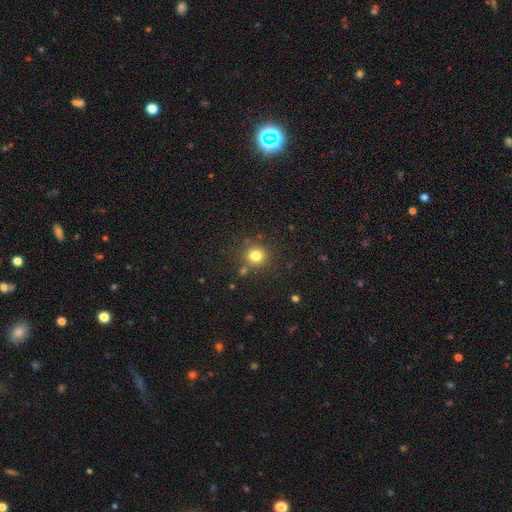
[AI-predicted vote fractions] Smooth or featured? Predicted: smooth (p=0.79). How rounded? Predicted: round (p=0.90). Merging? Predicted: none (p=0.81).